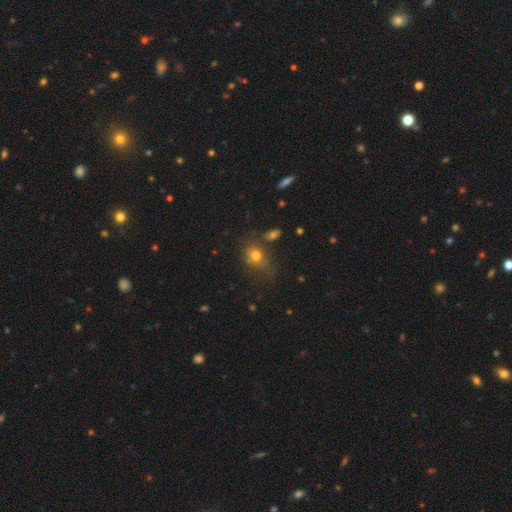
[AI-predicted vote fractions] Smooth or featured? smooth (74%)
How rounded? in between (54%)
Merging? none (53%)